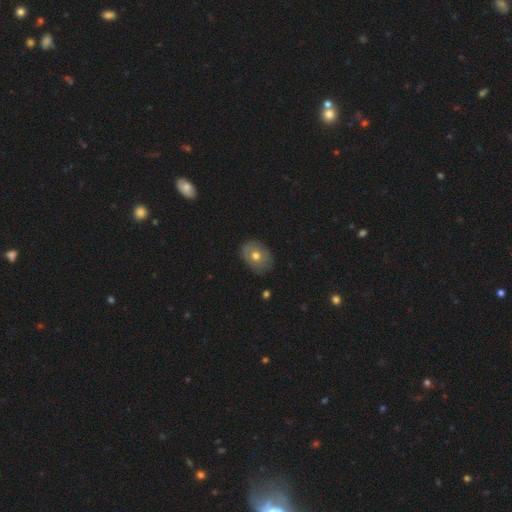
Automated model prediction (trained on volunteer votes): Smooth or featured?
  - smooth: 63% *
  - featured or disk: 28%
  - star or artifact: 8%
How rounded?
  - in between: 64% *
  - round: 35%
  - cigar-shaped: 1%
Merging?
  - none: 84% *
  - minor disturbance: 12%
  - major disturbance: 3%
  - merger: 1%